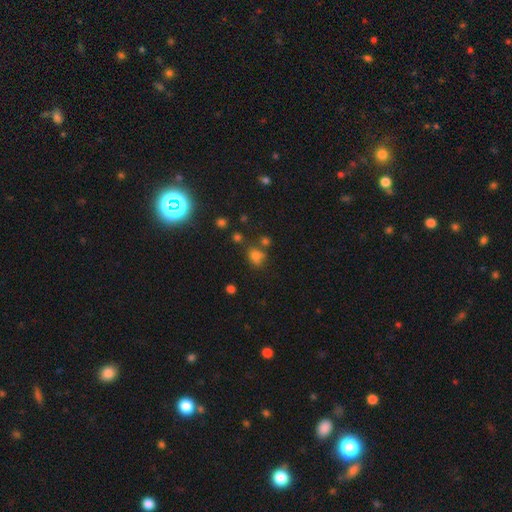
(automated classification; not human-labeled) smooth-or-featured: smooth: 70% | star or artifact: 22% | featured or disk: 8%
  how-rounded: round: 53% | in between: 45% | cigar-shaped: 1%
  merging: none: 58% | minor disturbance: 18% | merger: 16% | major disturbance: 8%